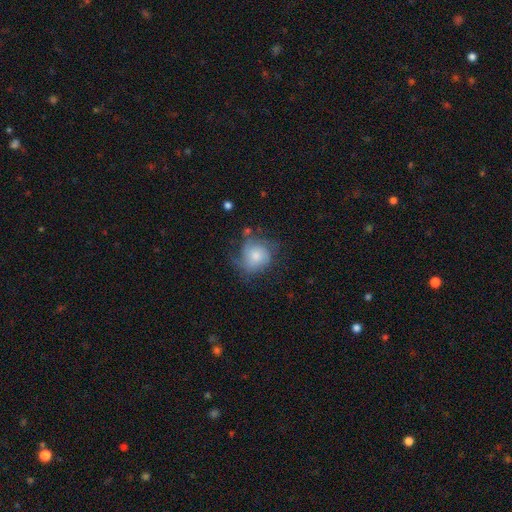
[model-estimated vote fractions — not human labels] A smooth galaxy with no disk features (50%). Merging: none (47%).